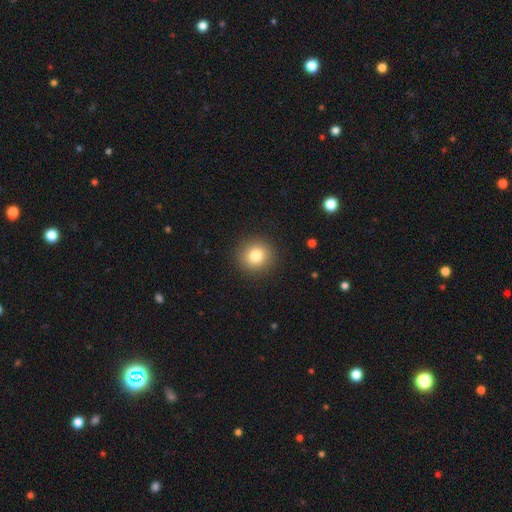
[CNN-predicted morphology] Q: Smooth or featured?
A: smooth (81%); runner-up: star or artifact (11%)
Q: How rounded?
A: round (90%); runner-up: in between (9%)
Q: Merging?
A: none (91%); runner-up: minor disturbance (6%)